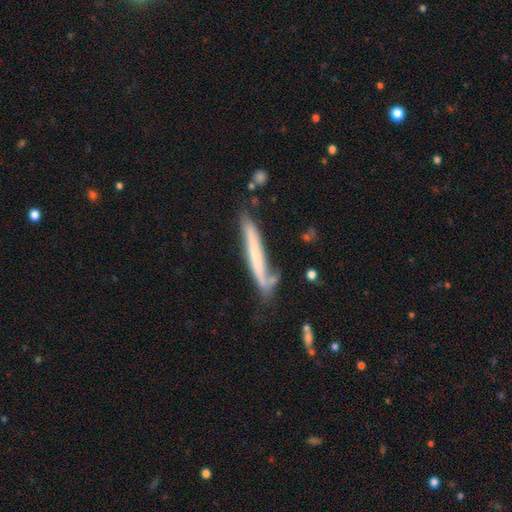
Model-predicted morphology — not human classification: The model was most divided on "smooth or featured": featured or disk: 48%, smooth: 45%, star or artifact: 7%. More confident: merging — none (59%).